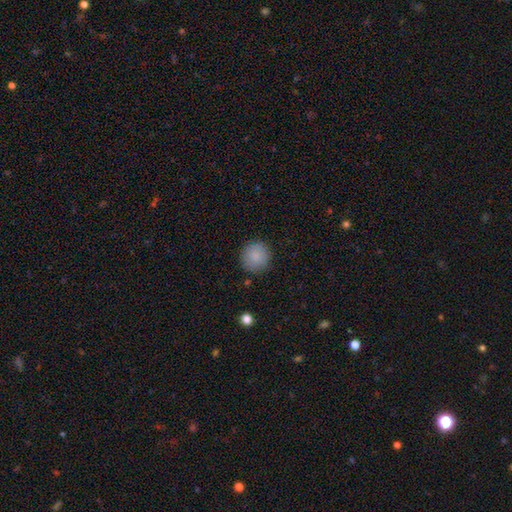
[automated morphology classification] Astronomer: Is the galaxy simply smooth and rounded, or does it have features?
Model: smooth — 88%.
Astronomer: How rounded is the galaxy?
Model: round — 94%.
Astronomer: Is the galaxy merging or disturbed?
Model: none — 89%.